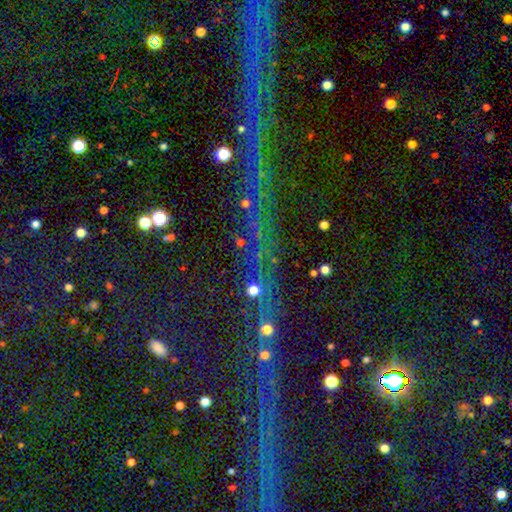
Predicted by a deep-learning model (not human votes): A star or artifact, not a galaxy (77%).

Vote fractions:
- Smooth or featured? star or artifact: 77% / featured or disk: 12% / smooth: 10%